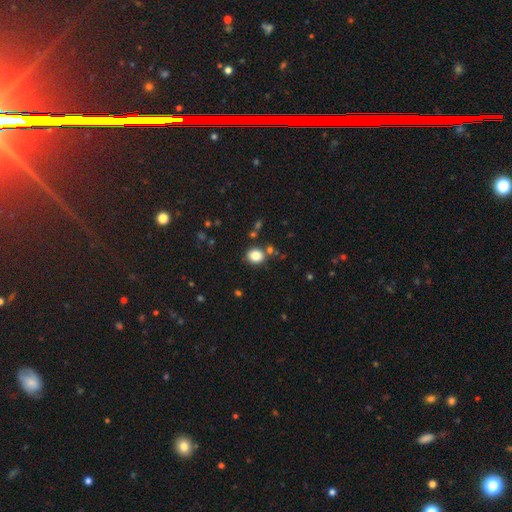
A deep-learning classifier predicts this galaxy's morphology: A smooth galaxy with no disk features (83%) that is round (73%).

Vote fractions:
- Smooth or featured? smooth: 83% / star or artifact: 11% / featured or disk: 6%
- How rounded? round: 73% / in between: 26% / cigar-shaped: 1%
- Merging? none: 81% / minor disturbance: 9% / merger: 7% / major disturbance: 3%